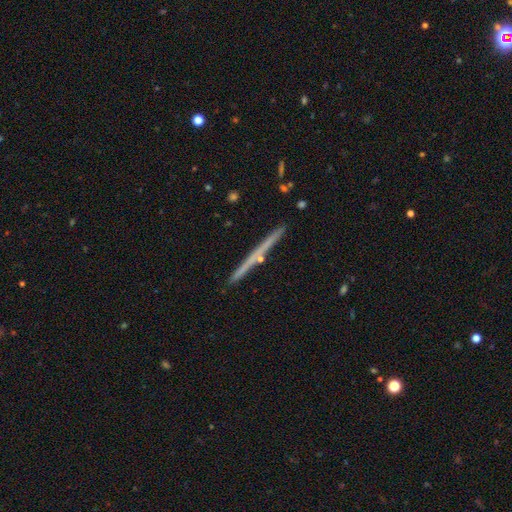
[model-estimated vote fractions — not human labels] smooth_or_featured: featured or disk (p=0.64) [alt: smooth p=0.30]
disk_edge_on: yes (p=0.98) [alt: no p=0.02]
edge_on_bulge: none (p=0.66) [alt: rounded p=0.30]
merging: none (p=0.90) [alt: minor disturbance p=0.07]